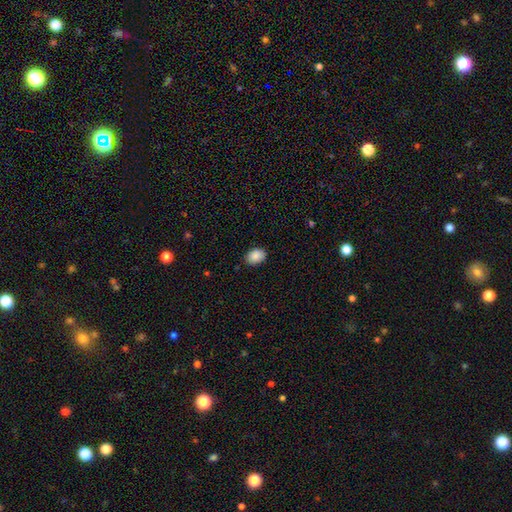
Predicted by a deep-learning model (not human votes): The model was most divided on "how rounded": in between: 78%, round: 21%, cigar-shaped: 1%. More confident: smooth or featured — smooth (89%); merging — none (86%).